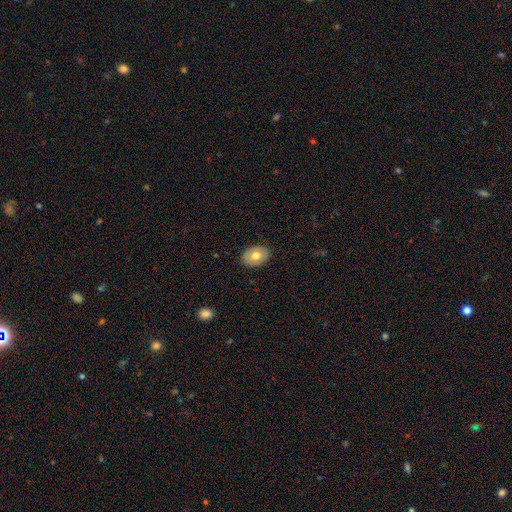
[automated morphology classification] Overall: smooth (69%). How rounded: in between (75%). Merging: none (87%).